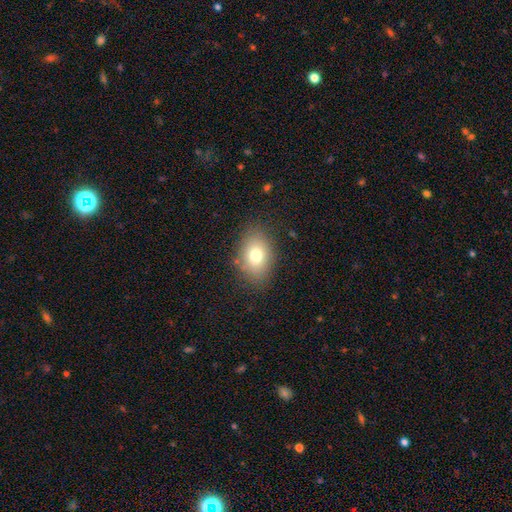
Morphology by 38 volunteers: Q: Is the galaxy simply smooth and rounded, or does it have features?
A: smooth — 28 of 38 (74%).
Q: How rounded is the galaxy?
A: in between — 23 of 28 (82%).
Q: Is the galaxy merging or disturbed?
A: none — 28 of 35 (80%).